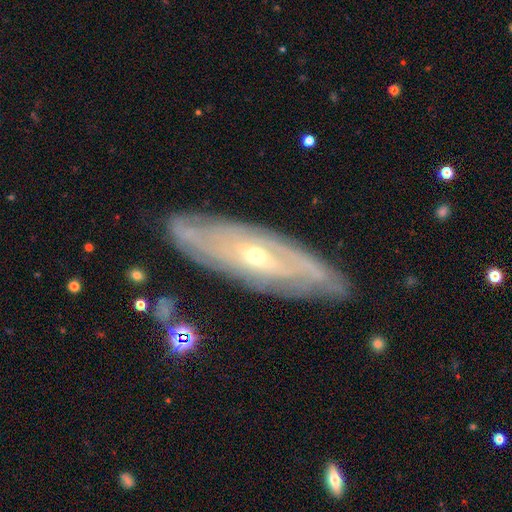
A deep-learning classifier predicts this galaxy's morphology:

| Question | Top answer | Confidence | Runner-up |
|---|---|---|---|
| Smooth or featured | featured or disk | 81% | smooth (13%) |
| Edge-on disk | no | 72% | yes (28%) |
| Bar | no | 60% | weak (29%) |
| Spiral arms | yes | 84% | no (16%) |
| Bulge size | small | 62% | moderate (35%) |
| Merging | none | 83% | minor disturbance (13%) |